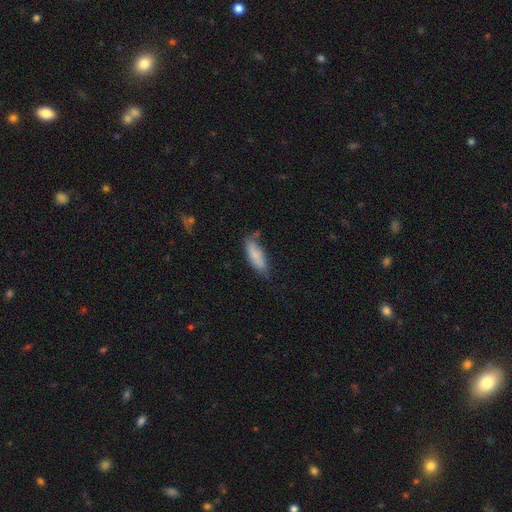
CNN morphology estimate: The model was most divided on "how rounded": in between: 57%, cigar-shaped: 41%, round: 2%. More confident: smooth or featured — smooth (81%); merging — none (63%).